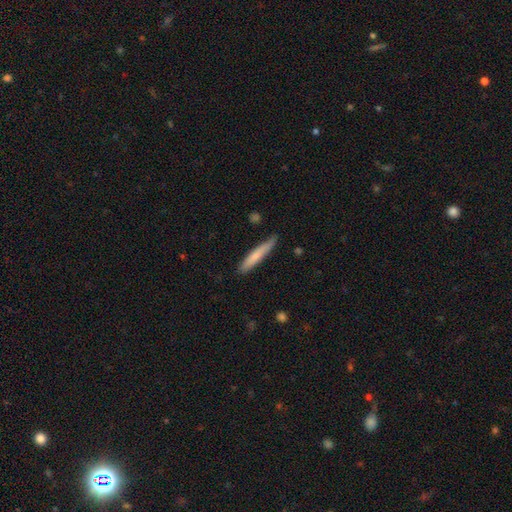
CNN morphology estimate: Smooth or featured? smooth (73%)
How rounded? cigar-shaped (93%)
Merging? none (79%)